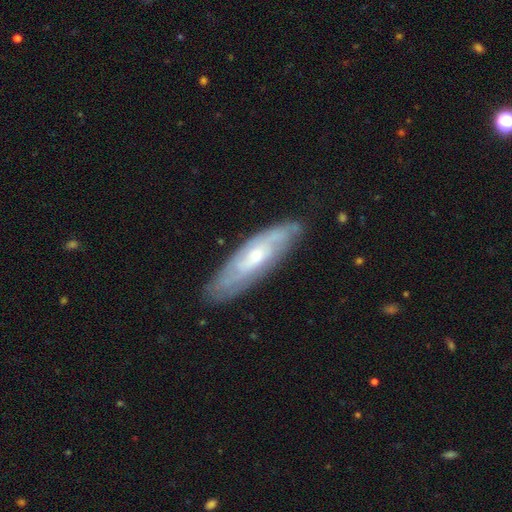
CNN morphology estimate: The model was most divided on "bulge size": small: 55%, moderate: 40%, large: 2%, none: 2%, dominant: 1%. More confident: spiral arms — yes (86%); merging — none (80%); edge-on disk — no (74%); smooth or featured — featured or disk (71%); bar — no (65%).